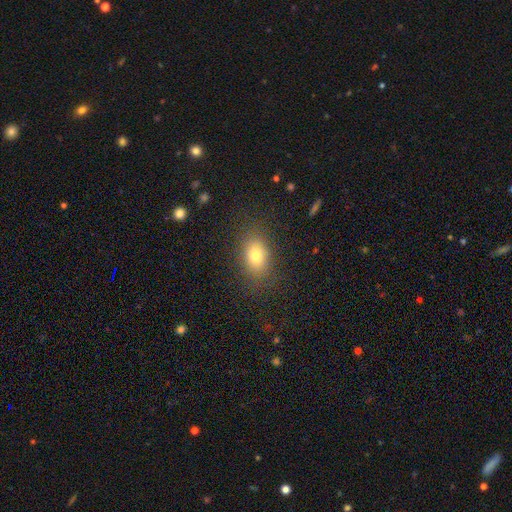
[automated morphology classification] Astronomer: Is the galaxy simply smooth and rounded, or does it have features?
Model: smooth — 77%.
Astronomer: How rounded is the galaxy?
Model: in between — 79%.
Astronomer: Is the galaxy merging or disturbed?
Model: none — 84%.